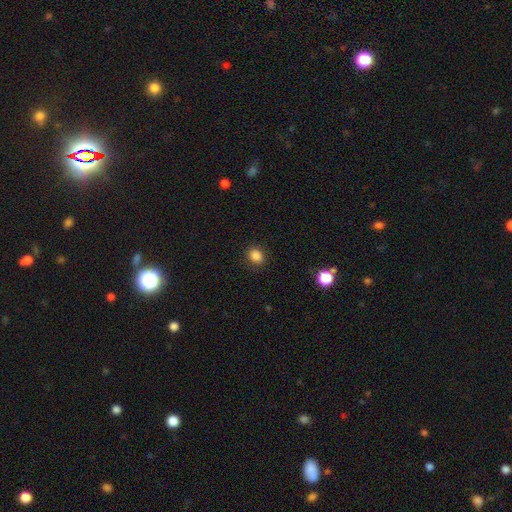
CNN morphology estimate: A smooth galaxy with no disk features (86%) that is round (54%). Merging: none (88%).